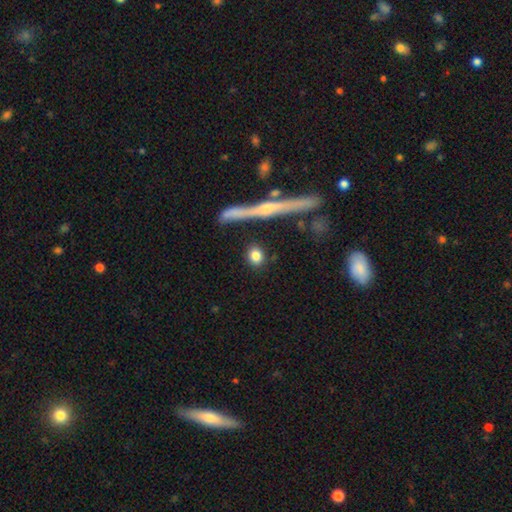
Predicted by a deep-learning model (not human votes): The model was most divided on "how rounded": round: 58%, in between: 35%, cigar-shaped: 7%. More confident: merging — none (86%); smooth or featured — smooth (81%).